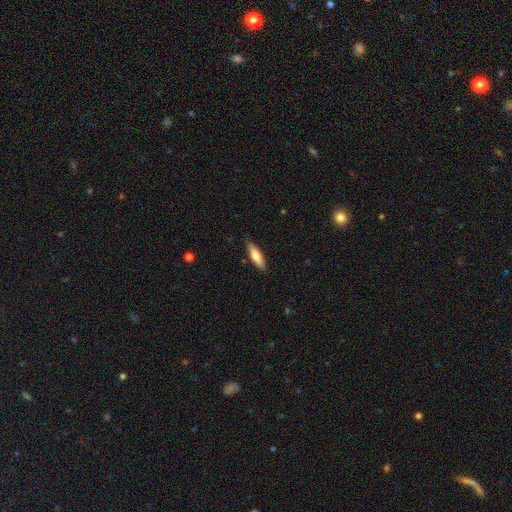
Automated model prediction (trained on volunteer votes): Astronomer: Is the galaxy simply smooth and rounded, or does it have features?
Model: smooth — 74%.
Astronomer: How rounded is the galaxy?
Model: cigar-shaped — 62%.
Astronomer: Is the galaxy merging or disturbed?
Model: none — 85%.